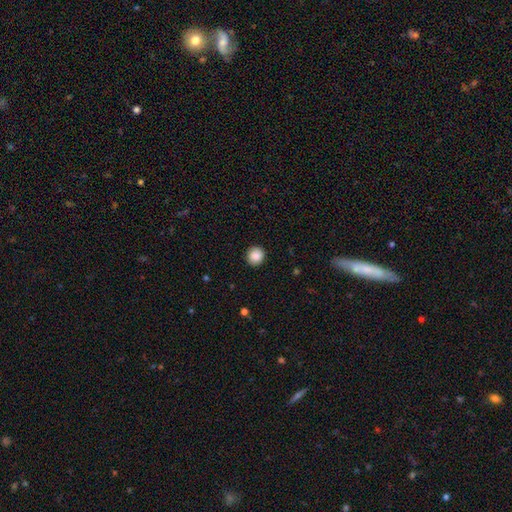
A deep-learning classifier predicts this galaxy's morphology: This is clearly a smooth galaxy (88%). How rounded: clearly round (94%). Merging: clearly none (92%).